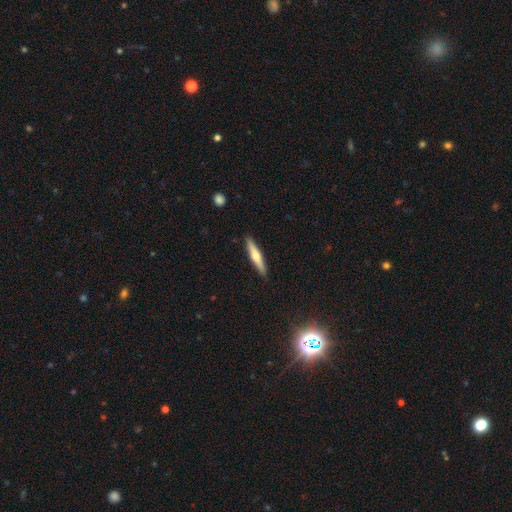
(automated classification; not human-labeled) Q: Smooth or featured?
A: featured or disk (49%); runner-up: smooth (46%)
Q: Merging?
A: none (90%); runner-up: minor disturbance (7%)